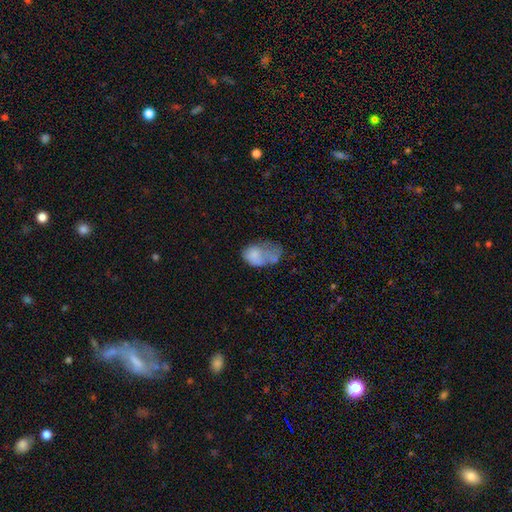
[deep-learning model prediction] This appears to be a smooth galaxy with no disk features (65%) that is in between round and cigar-shaped (87%). Merging: major disturbance (43%).